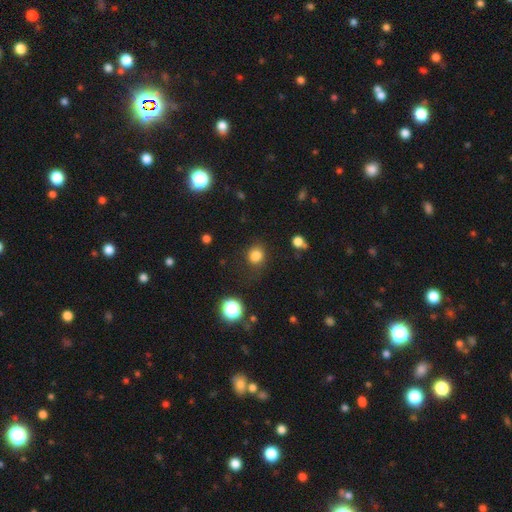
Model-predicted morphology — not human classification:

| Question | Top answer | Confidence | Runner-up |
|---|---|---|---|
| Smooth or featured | smooth | 82% | star or artifact (13%) |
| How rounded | round | 78% | in between (21%) |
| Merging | none | 76% | minor disturbance (14%) |